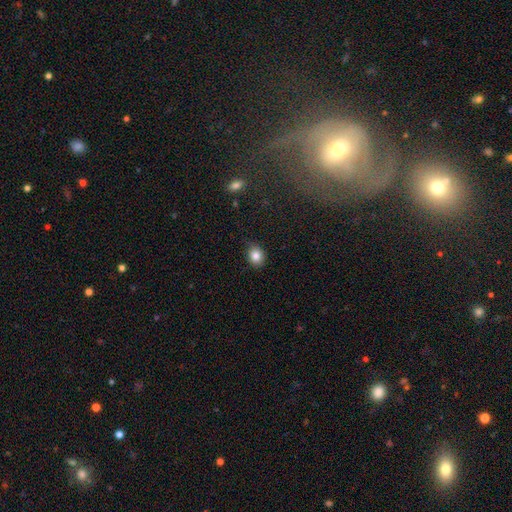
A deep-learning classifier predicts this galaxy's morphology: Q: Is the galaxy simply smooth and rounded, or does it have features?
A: smooth — 83%.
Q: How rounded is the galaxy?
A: round — 68%.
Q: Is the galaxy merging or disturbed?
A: none — 81%.